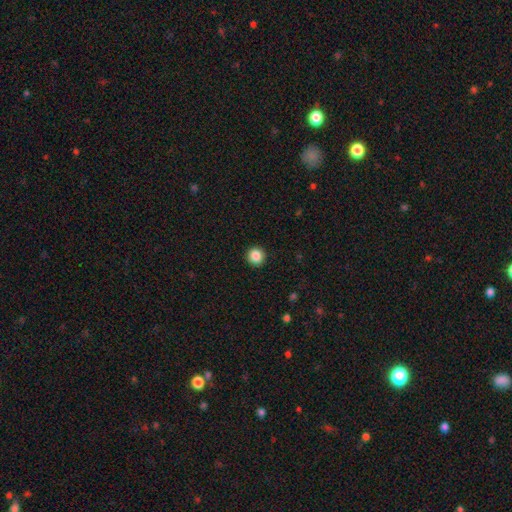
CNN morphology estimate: A smooth galaxy with no disk features (87%) that is round (95%). Merging: none (93%).